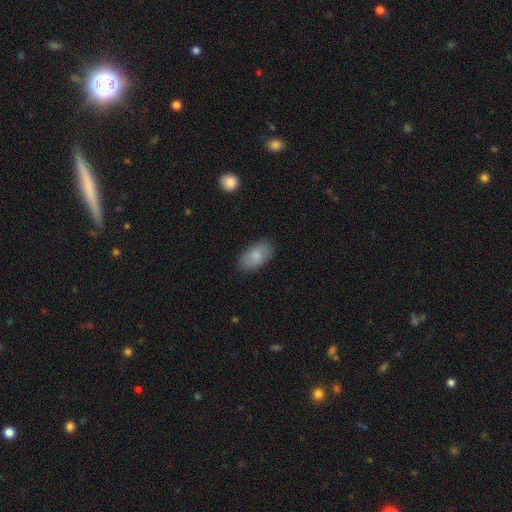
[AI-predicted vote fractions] smooth 83%, featured or disk 10%, star or artifact 6%. Down the decision tree: how rounded — in between (94%); merging — none (85%).